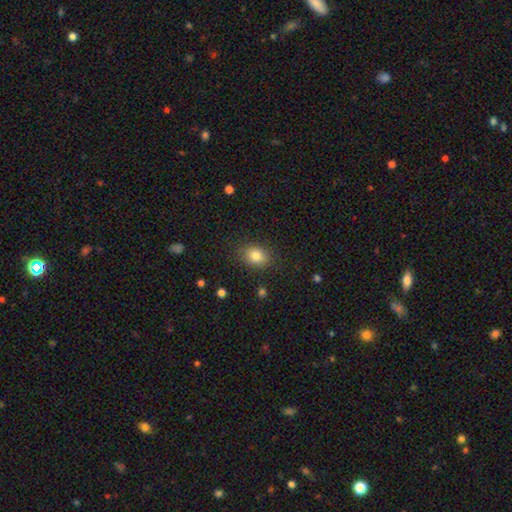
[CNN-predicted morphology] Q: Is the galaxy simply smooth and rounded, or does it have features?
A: smooth — 81%.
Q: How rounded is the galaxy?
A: in between — 56%.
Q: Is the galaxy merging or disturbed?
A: none — 85%.